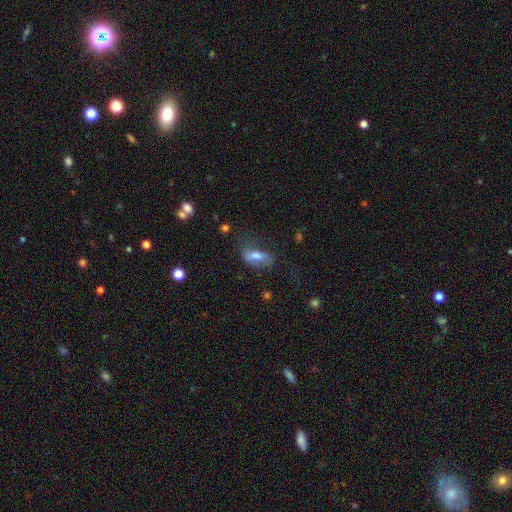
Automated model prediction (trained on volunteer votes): The model was most divided on "merging": none: 53%, minor disturbance: 25%, major disturbance: 19%, merger: 3%. More confident: how rounded — in between (74%); smooth or featured — smooth (62%).